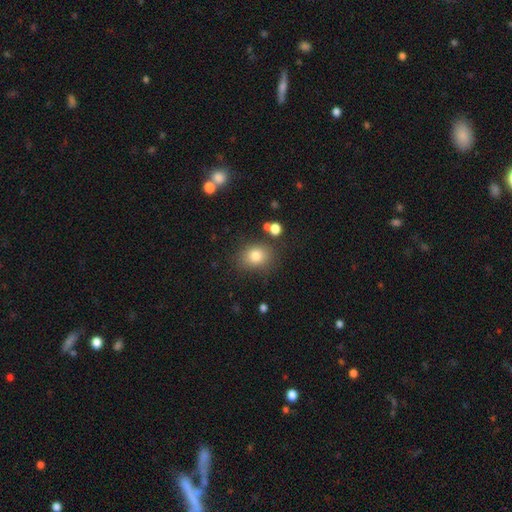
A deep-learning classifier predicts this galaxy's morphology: smooth-or-featured: smooth: 80% | star or artifact: 11% | featured or disk: 9%
  how-rounded: in between: 52% | round: 47% | cigar-shaped: 1%
  merging: none: 78% | minor disturbance: 13% | merger: 5% | major disturbance: 4%